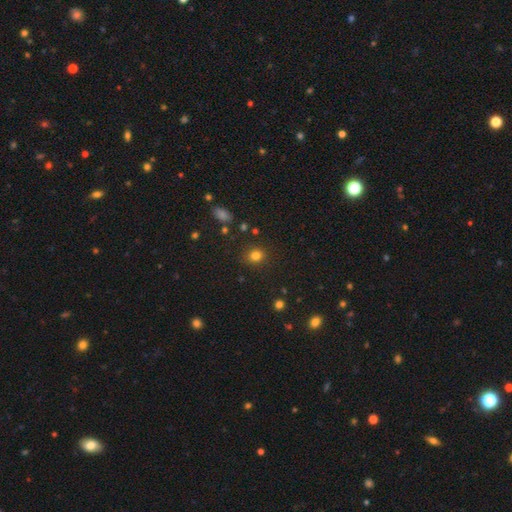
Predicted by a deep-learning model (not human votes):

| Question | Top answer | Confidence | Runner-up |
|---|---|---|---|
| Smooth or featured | smooth | 79% | star or artifact (15%) |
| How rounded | round | 82% | in between (17%) |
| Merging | none | 86% | minor disturbance (9%) |